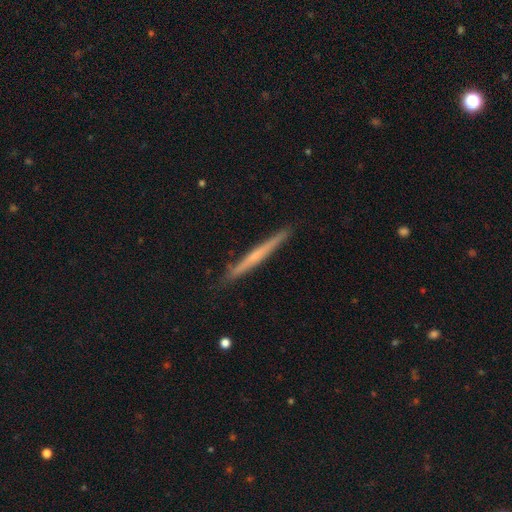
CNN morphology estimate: A featured or disk galaxy (55%) viewed edge-on (97%) with no central bulge (62%).

Vote fractions:
- Smooth or featured? featured or disk: 55% / smooth: 39% / star or artifact: 6%
- Edge-on disk? yes: 97% / no: 3%
- Edge-on bulge? none: 62% / rounded: 32% / boxy: 5%
- Merging? none: 89% / minor disturbance: 8% / major disturbance: 1% / merger: 1%